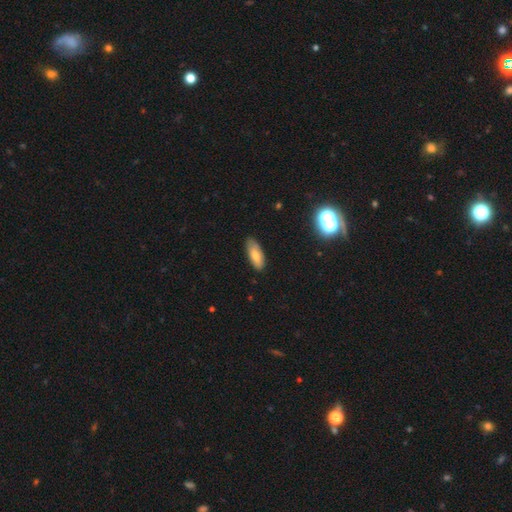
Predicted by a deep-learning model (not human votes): The model was most divided on "smooth or featured": smooth: 72%, featured or disk: 20%, star or artifact: 8%. More confident: how rounded — in between (77%); merging — none (76%).